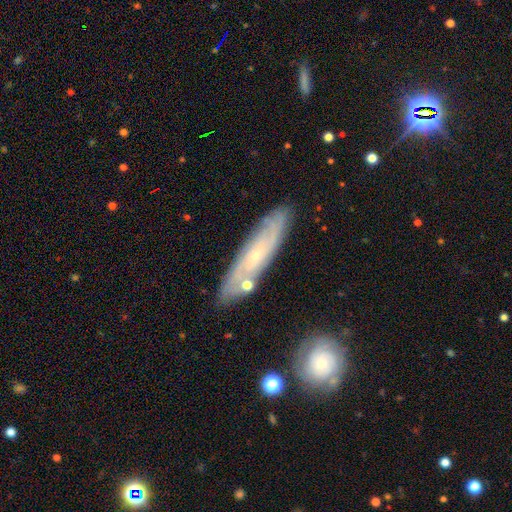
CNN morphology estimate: The model was most divided on "edge-on disk": no: 60%, yes: 40%. More confident: merging — none (81%); smooth or featured — featured or disk (61%).